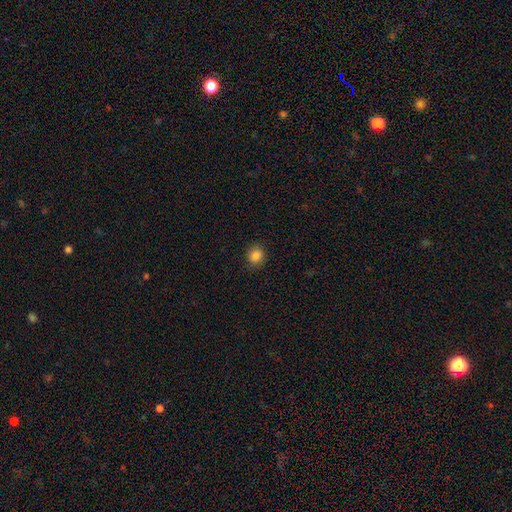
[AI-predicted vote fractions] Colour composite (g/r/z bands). It shows a smooth galaxy with no disk features (85%) that is round (67%). Merging: none (86%).